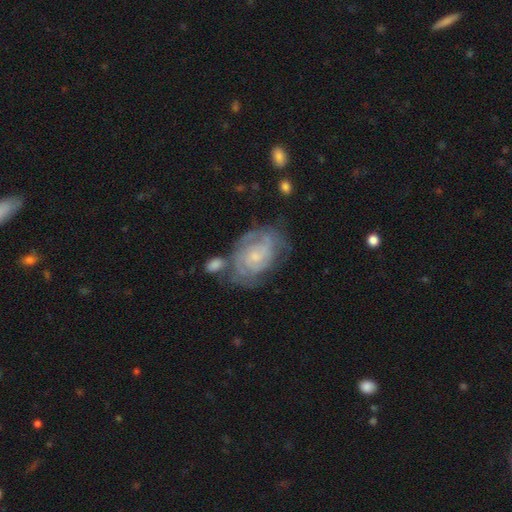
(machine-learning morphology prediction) Q: Smooth or featured?
A: featured or disk (79%); runner-up: smooth (14%)
Q: Edge-on disk?
A: no (97%); runner-up: yes (3%)
Q: Bar?
A: no (67%); runner-up: weak (28%)
Q: Spiral arms?
A: yes (91%); runner-up: no (9%)
Q: Spiral winding?
A: tight (63%); runner-up: medium (29%)
Q: Spiral arm count?
A: can't tell (38%); runner-up: 2 (36%)
Q: Bulge size?
A: small (67%); runner-up: moderate (24%)
Q: Merging?
A: none (55%); runner-up: minor disturbance (21%)